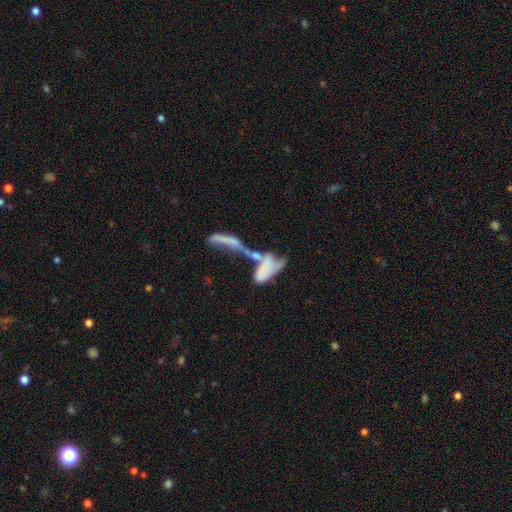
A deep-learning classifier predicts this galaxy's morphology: type=featured or disk (45%); merging=merger (61%).